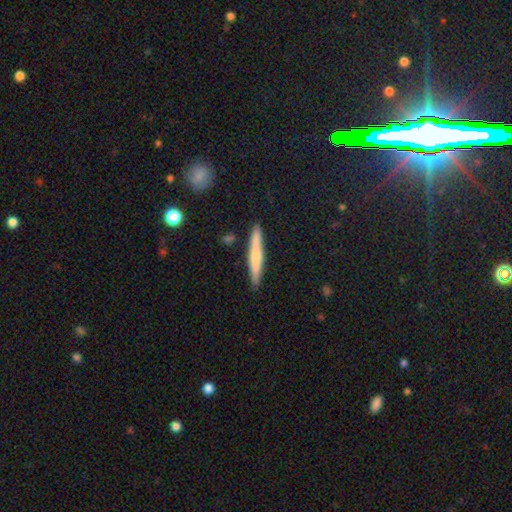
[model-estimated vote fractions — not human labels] A smooth galaxy with no disk features (57%) that is cigar-shaped (95%). Merging: none (89%).